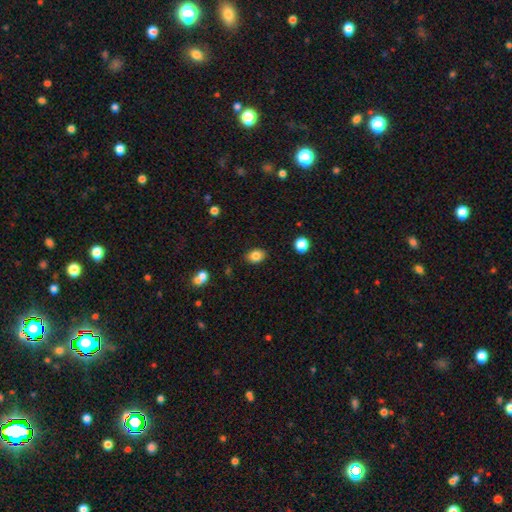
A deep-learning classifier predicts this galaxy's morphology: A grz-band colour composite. It shows a smooth galaxy with no disk features (83%) that is in between round and cigar-shaped (73%). Merging: none (85%).